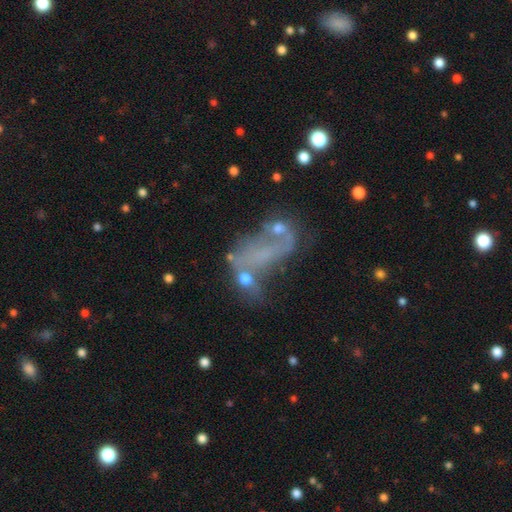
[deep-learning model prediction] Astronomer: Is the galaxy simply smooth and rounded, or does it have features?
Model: featured or disk — 50% (runner-up: smooth, 34%).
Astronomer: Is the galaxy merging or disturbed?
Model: merger — 33% (runner-up: major disturbance, 32%).